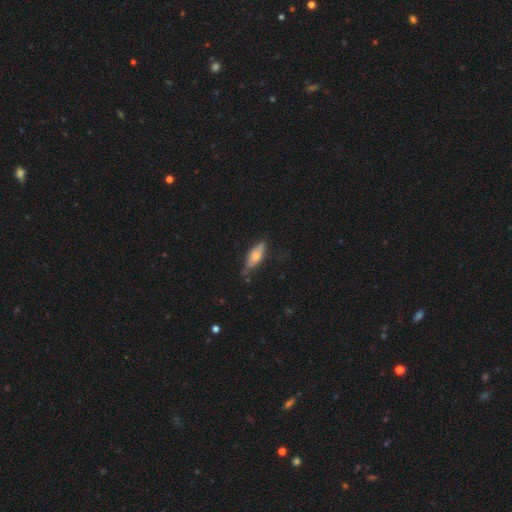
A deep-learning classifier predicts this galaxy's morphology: Smooth or featured? smooth (61%)
How rounded? in between (57%)
Merging? none (64%)